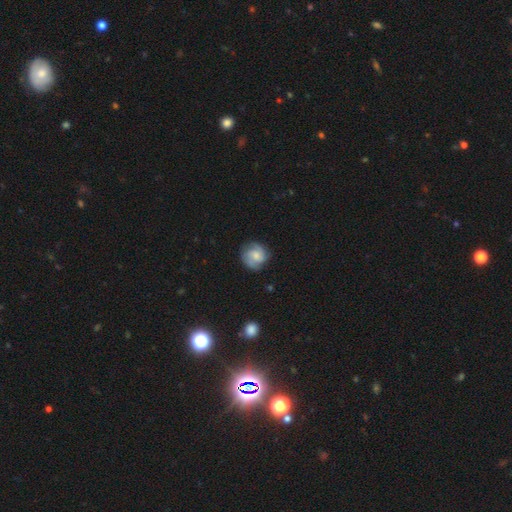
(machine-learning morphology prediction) type=featured or disk (58%); edge-on=no (98%); bar=no (60%); spiral arms=yes (93%); winding=tight (45%); arm count=3 (37%); bulge=moderate (44%); merging=none (79%).